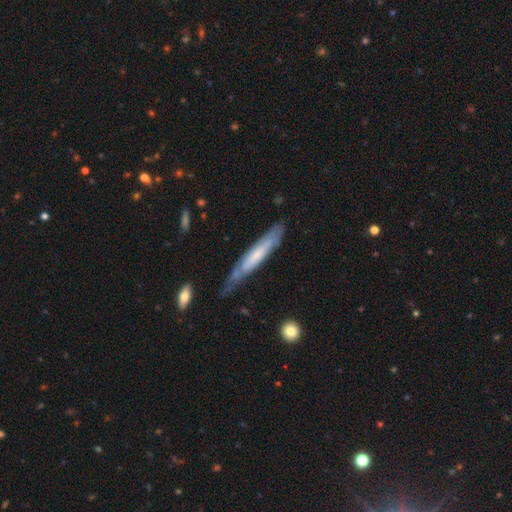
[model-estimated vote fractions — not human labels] This is possibly a featured or disk galaxy (56%). It is likely viewed edge-on (68%). Merging: likely none (60%).